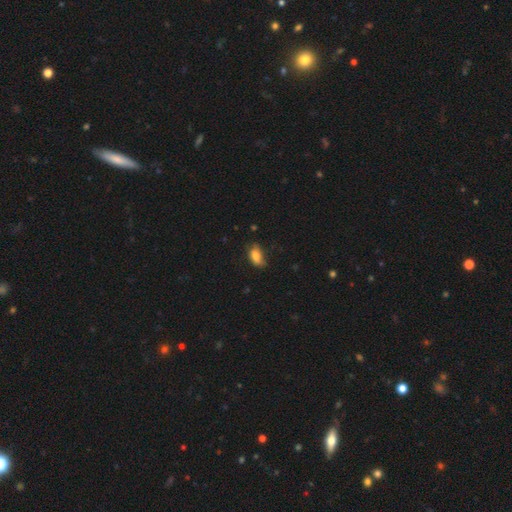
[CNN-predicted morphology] smooth 82%, featured or disk 10%, star or artifact 8%. Down the decision tree: how rounded — in between (90%); merging — none (58%).